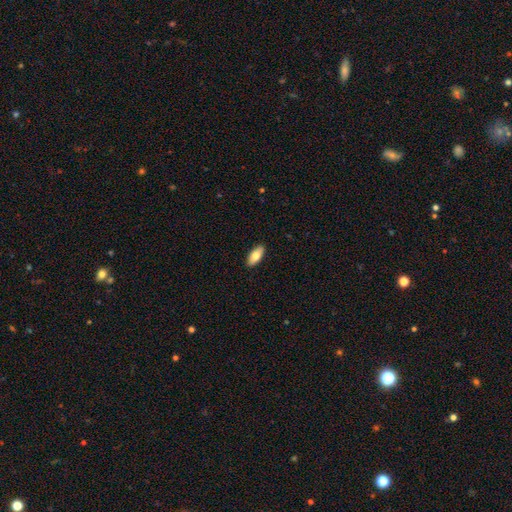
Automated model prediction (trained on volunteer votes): Smooth or featured: smooth — 77% (featured or disk — 17%)
How rounded: in between — 85% (cigar-shaped — 13%)
Merging: none — 91% (minor disturbance — 7%)